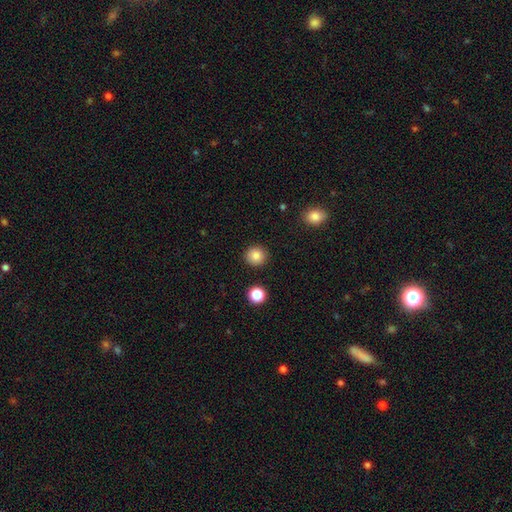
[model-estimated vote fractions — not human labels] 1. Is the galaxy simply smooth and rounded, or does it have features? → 86% smooth, 10% star or artifact, 5% featured or disk.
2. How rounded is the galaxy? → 91% round, 8% in between, 1% cigar-shaped.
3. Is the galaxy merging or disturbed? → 91% none, 6% minor disturbance, 2% major disturbance, 2% merger.